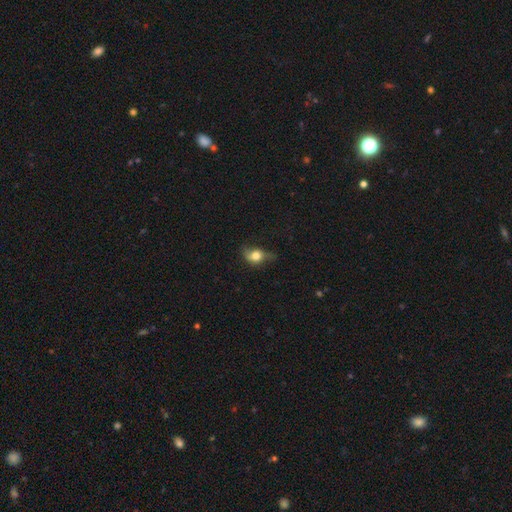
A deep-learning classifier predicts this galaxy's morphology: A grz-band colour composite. It shows a smooth galaxy with no disk features (59%) that is in between round and cigar-shaped (58%). Merging: none (44%).